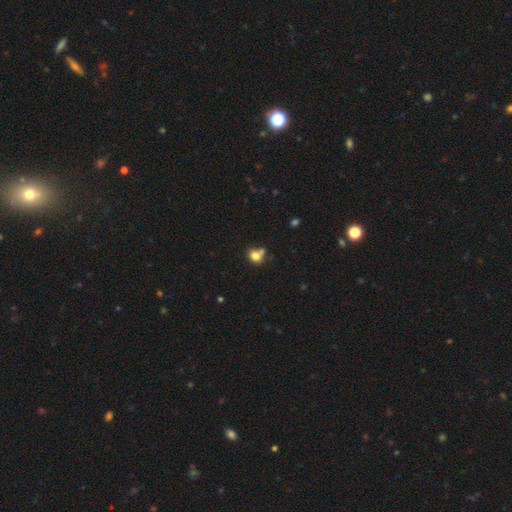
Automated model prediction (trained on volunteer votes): This appears to be a smooth galaxy with no disk features (78%) that is round (66%). Merging: none (49%).